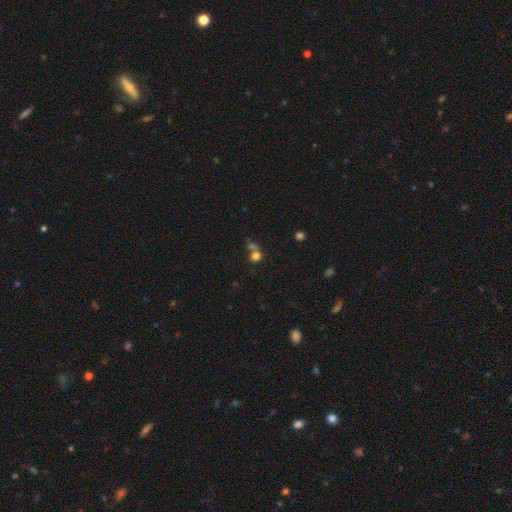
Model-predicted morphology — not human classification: smooth-or-featured: smooth: 73% | star or artifact: 17% | featured or disk: 10%
  how-rounded: round: 79% | in between: 20% | cigar-shaped: 1%
  merging: none: 46% | merger: 38% | minor disturbance: 9% | major disturbance: 7%